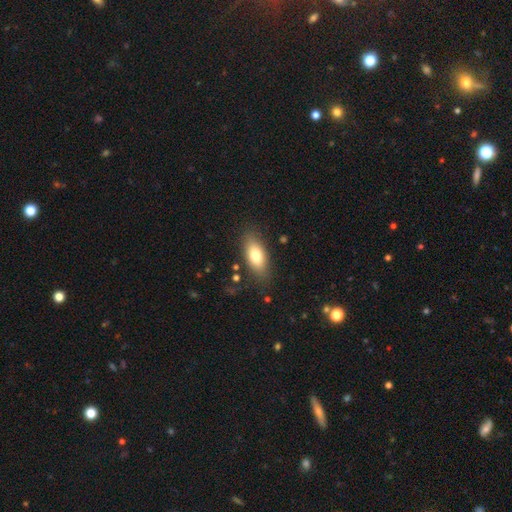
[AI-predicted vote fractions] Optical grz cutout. It shows a smooth galaxy with no disk features (76%) that is in between round and cigar-shaped (84%). Merging: none (82%).